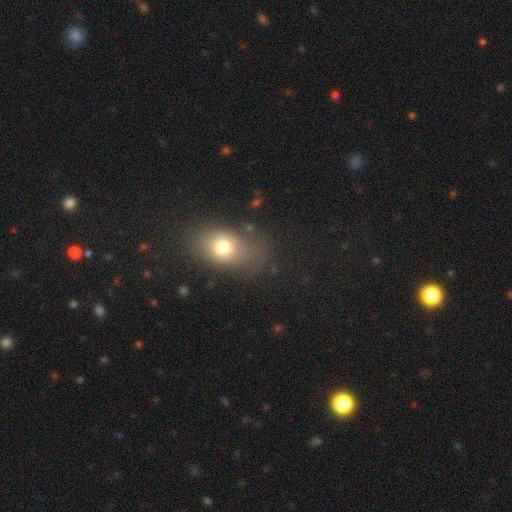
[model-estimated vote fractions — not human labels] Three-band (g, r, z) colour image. It shows a smooth galaxy with no disk features (71%) that is in between round and cigar-shaped (72%). Merging: none (76%).